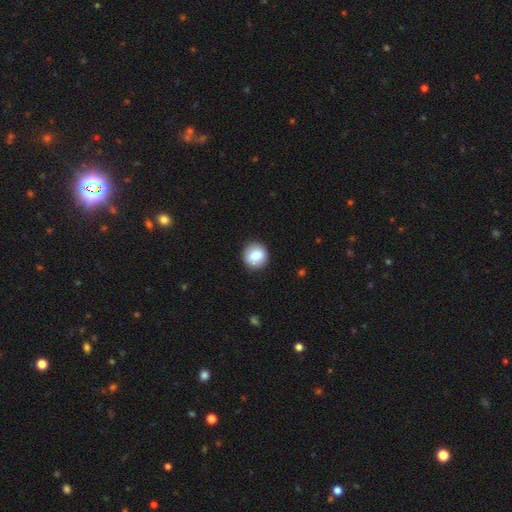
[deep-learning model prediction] A smooth galaxy with no disk features (83%) that is round (86%).

Vote fractions:
- Smooth or featured? smooth: 83% / featured or disk: 9% / star or artifact: 8%
- How rounded? round: 86% / in between: 13% / cigar-shaped: 1%
- Merging? none: 89% / minor disturbance: 8% / major disturbance: 2% / merger: 1%